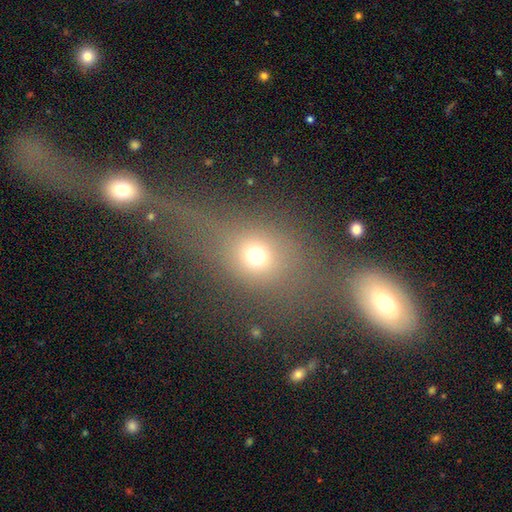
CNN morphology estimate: smooth 66%, star or artifact 21%, featured or disk 13%. Down the decision tree: how rounded — round (56%); merging — none (52%).